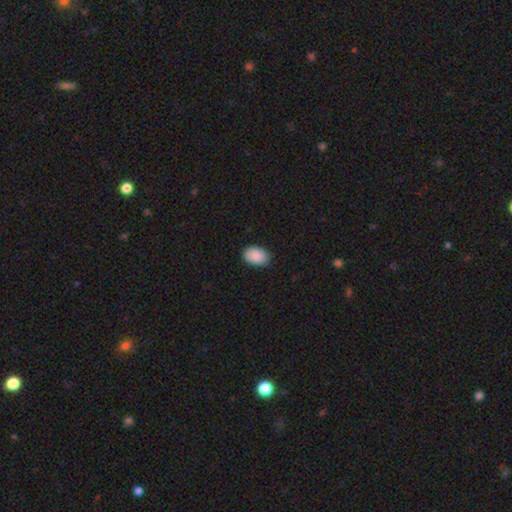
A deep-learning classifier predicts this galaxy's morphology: smooth 90%, star or artifact 6%, featured or disk 3%. Down the decision tree: how rounded — in between (89%); merging — none (84%).